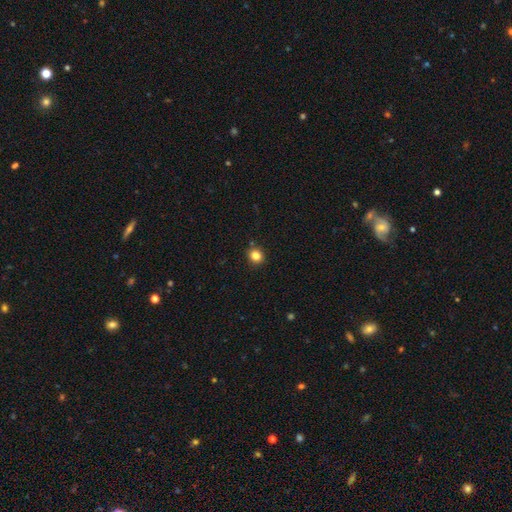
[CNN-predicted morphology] A smooth galaxy with no disk features (82%) that is round (87%).

Vote fractions:
- Smooth or featured? smooth: 82% / star or artifact: 13% / featured or disk: 5%
- How rounded? round: 87% / in between: 13% / cigar-shaped: 1%
- Merging? none: 89% / minor disturbance: 7% / merger: 2% / major disturbance: 2%